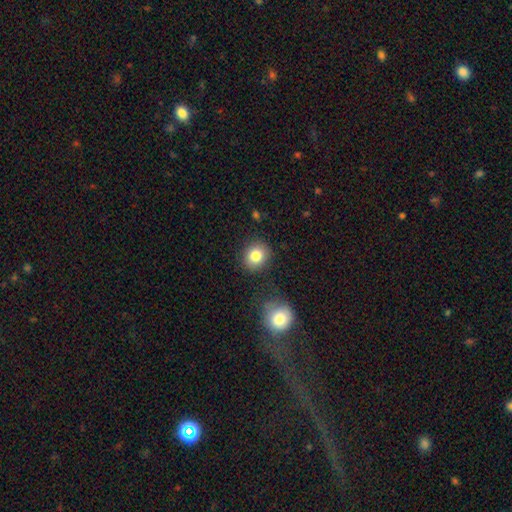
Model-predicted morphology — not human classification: Overall: smooth (82%). How rounded: round (77%). Merging: none (84%).